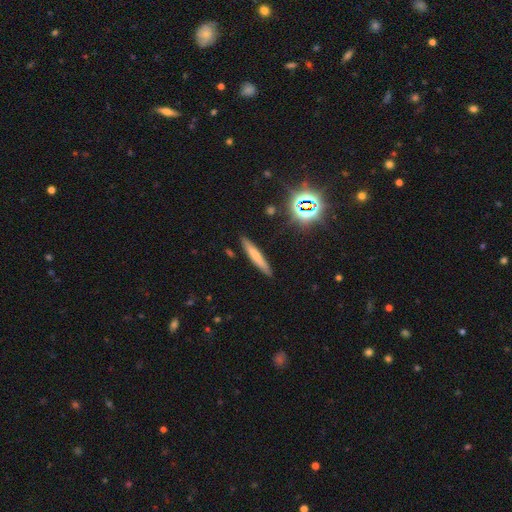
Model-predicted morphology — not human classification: A smooth galaxy with no disk features (63%) that is cigar-shaped (93%). Merging: none (89%).